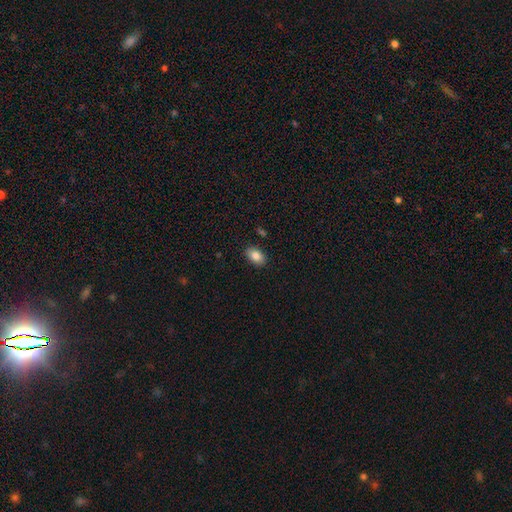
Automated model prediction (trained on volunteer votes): A smooth galaxy with no disk features (85%) that is in between round and cigar-shaped (89%). Merging: none (87%).